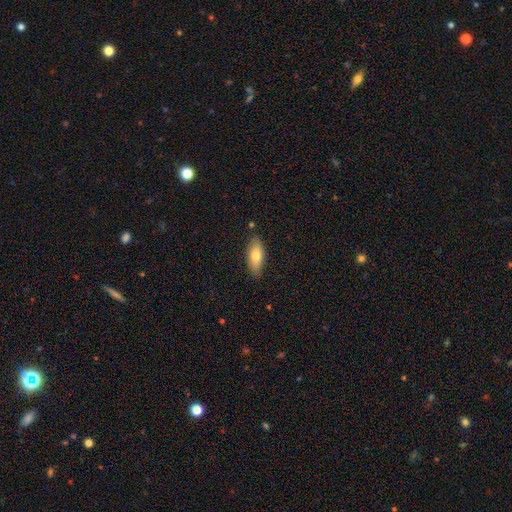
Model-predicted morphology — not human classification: Smooth or featured: smooth — 74% (featured or disk — 20%)
How rounded: in between — 77% (cigar-shaped — 20%)
Merging: none — 83% (minor disturbance — 12%)